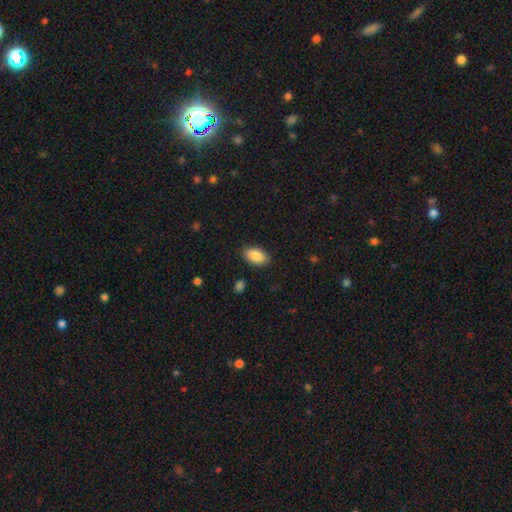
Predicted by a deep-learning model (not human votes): Overall: smooth (88%). How rounded: in between (93%). Merging: none (86%).